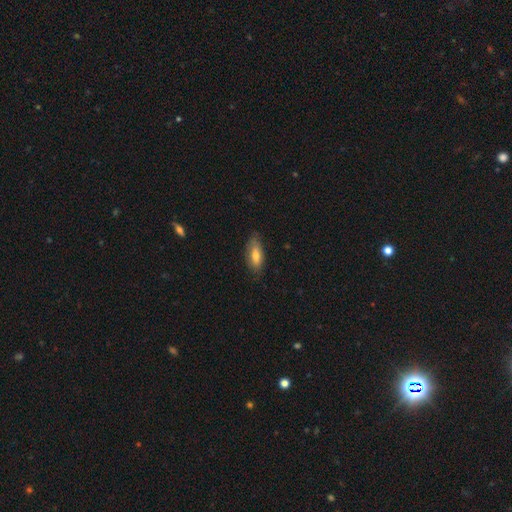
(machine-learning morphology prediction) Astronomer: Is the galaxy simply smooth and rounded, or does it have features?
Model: smooth — 69%.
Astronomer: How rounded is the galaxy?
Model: in between — 72%.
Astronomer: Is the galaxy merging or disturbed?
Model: none — 76%.